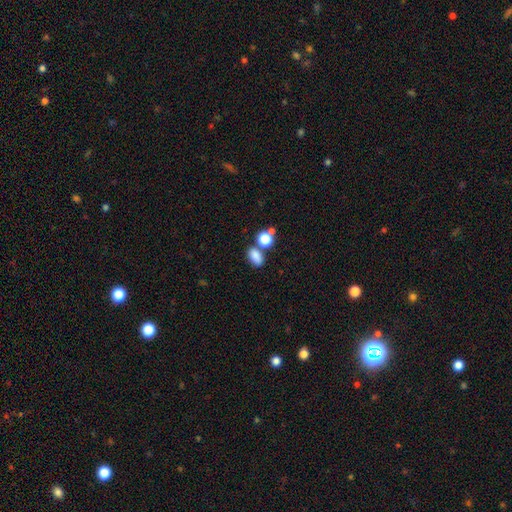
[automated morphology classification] smooth 82%, star or artifact 12%, featured or disk 6%. Down the decision tree: how rounded — in between (80%); merging — none (58%).